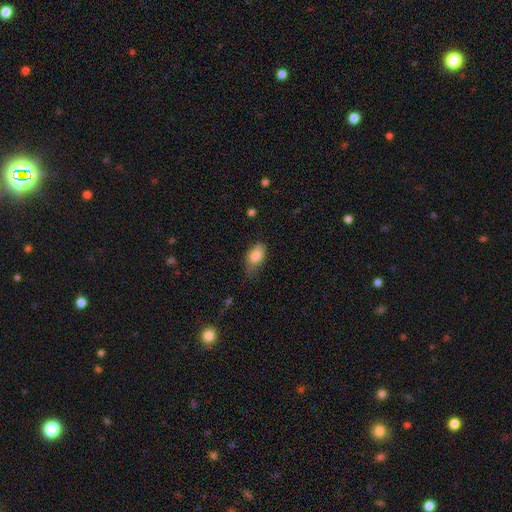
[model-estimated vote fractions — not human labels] Q: Smooth or featured?
A: smooth (84%); runner-up: featured or disk (9%)
Q: How rounded?
A: in between (89%); runner-up: round (7%)
Q: Merging?
A: none (55%); runner-up: minor disturbance (34%)